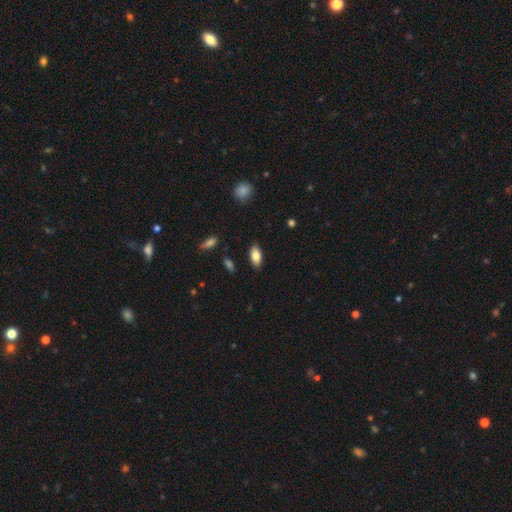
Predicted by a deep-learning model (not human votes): Morphology: type=smooth (81%); roundness=in between (90%); merging=none (87%).